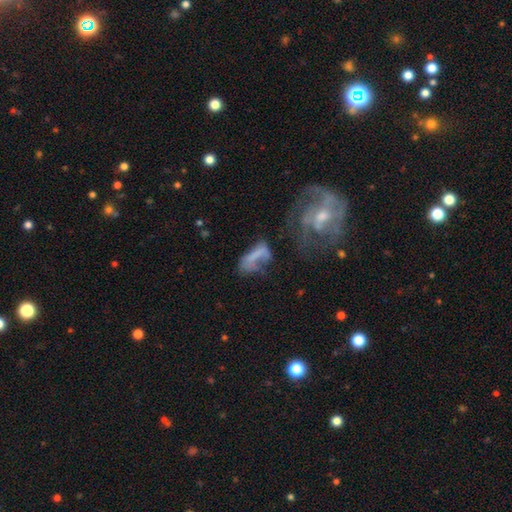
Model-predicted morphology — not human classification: Smooth or featured? smooth (49%)
Merging? major disturbance (36%)